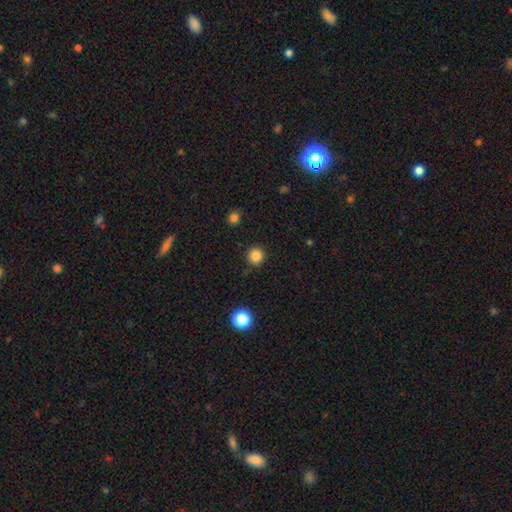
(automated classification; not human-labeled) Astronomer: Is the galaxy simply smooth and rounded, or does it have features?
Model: smooth — 84%.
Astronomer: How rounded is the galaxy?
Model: round — 94%.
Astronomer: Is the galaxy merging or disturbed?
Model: none — 90%.